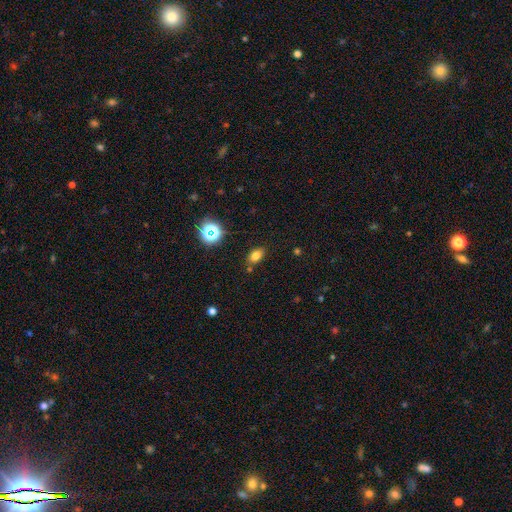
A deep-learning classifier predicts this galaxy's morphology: Smooth or featured?
  - smooth: 75% *
  - star or artifact: 16%
  - featured or disk: 9%
How rounded?
  - in between: 82% *
  - round: 16%
  - cigar-shaped: 2%
Merging?
  - none: 82% *
  - minor disturbance: 11%
  - merger: 5%
  - major disturbance: 3%